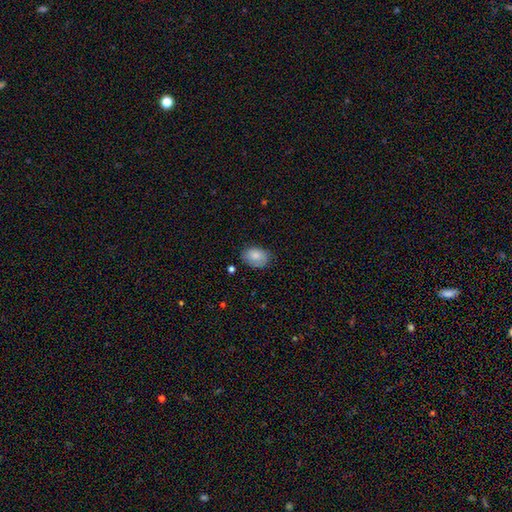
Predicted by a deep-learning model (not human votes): Smooth or featured? Predicted: smooth (p=0.80). How rounded? Predicted: in between (p=0.79). Merging? Predicted: none (p=0.74).